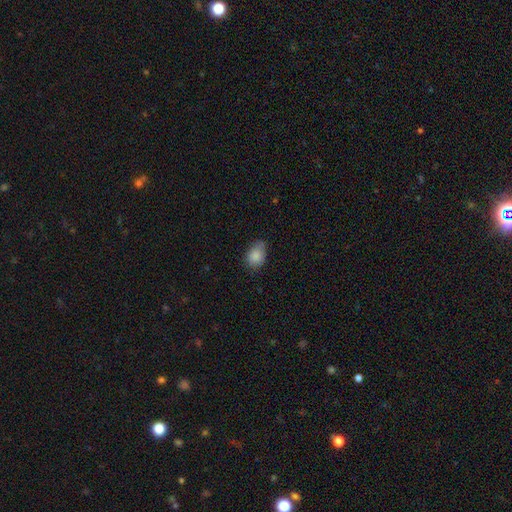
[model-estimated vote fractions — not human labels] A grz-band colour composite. It shows a smooth galaxy with no disk features (85%) that is in between round and cigar-shaped (67%). Merging: none (60%).